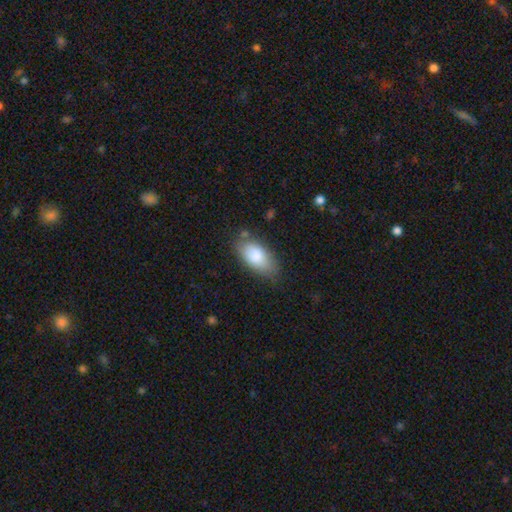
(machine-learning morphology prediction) Q: Smooth or featured?
A: smooth (83%); runner-up: featured or disk (11%)
Q: How rounded?
A: in between (92%); runner-up: cigar-shaped (5%)
Q: Merging?
A: none (71%); runner-up: minor disturbance (21%)